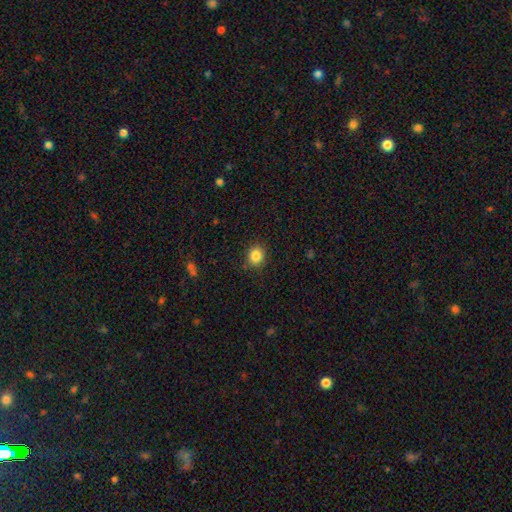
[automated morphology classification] smooth_or_featured: smooth (p=0.85) [alt: star or artifact p=0.10]
how_rounded: round (p=0.77) [alt: in between p=0.22]
merging: none (p=0.86) [alt: minor disturbance p=0.10]